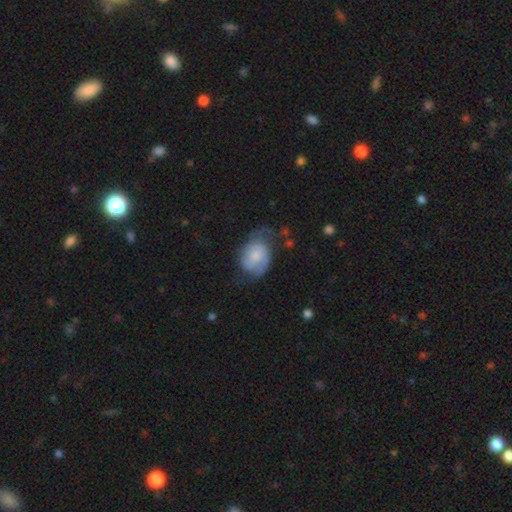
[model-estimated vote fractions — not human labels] Smooth or featured?
  - featured or disk: 60% *
  - smooth: 33%
  - star or artifact: 7%
Edge-on disk?
  - no: 97% *
  - yes: 3%
Bar?
  - no: 66% *
  - weak: 29%
  - strong: 5%
Spiral arms?
  - yes: 86% *
  - no: 14%
Spiral winding?
  - medium: 43% *
  - tight: 35%
  - loose: 22%
Spiral arm count?
  - 2: 63% *
  - can't tell: 16%
  - 1: 14%
  - 3: 4%
  - 4: 1%
  - more than 4: 1%
Bulge size?
  - small: 40% *
  - moderate: 32%
  - none: 15%
  - large: 10%
  - dominant: 2%
Merging?
  - none: 45% *
  - minor disturbance: 29%
  - major disturbance: 24%
  - merger: 2%